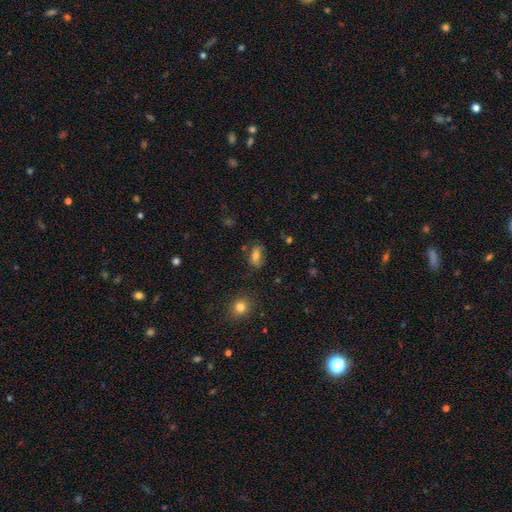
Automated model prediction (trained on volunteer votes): Overall: smooth (69%). How rounded: in between (83%). Merging: none (68%).